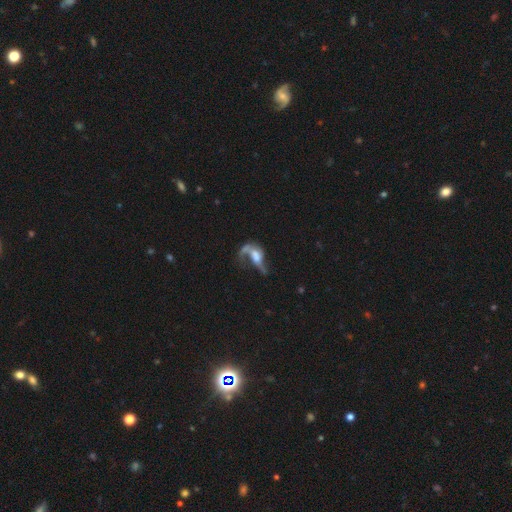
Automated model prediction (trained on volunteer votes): A featured or disk galaxy (64%) with no bar (61%), spiral arms (64%) and a moderate central bulge (36%). Merging: major disturbance (46%).